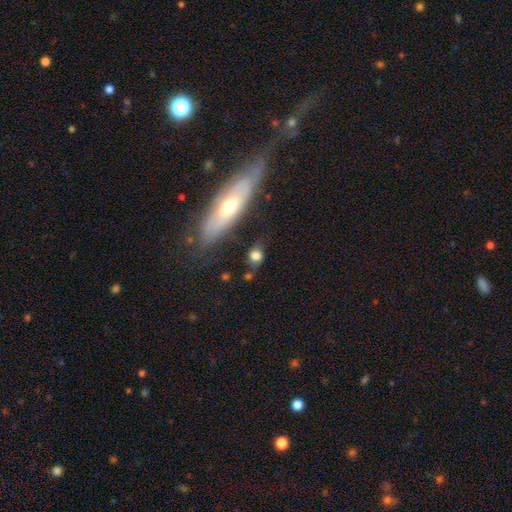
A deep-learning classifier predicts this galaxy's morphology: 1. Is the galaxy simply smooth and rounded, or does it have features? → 71% smooth, 18% featured or disk, 11% star or artifact.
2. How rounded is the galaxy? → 55% round, 37% in between, 7% cigar-shaped.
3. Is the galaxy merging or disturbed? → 66% none, 18% minor disturbance, 8% major disturbance, 8% merger.